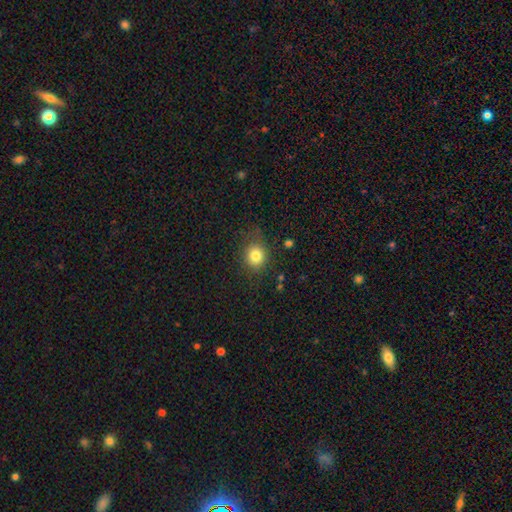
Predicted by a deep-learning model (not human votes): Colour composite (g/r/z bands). It shows a smooth galaxy with no disk features (81%) that is round (78%). Merging: none (80%).